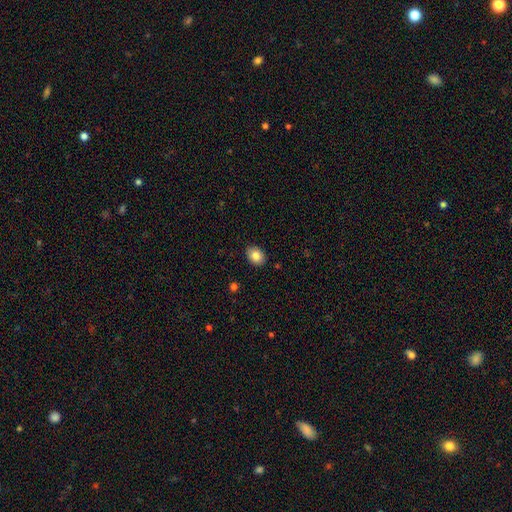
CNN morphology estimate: This appears to be a smooth galaxy with no disk features (83%) that is in between round and cigar-shaped (71%). Merging: none (90%).